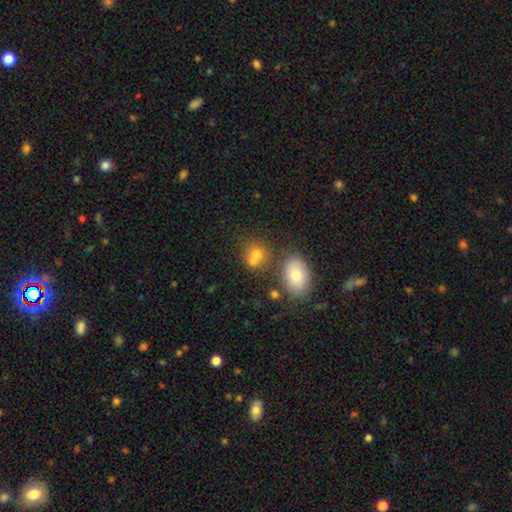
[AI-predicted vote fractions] Morphology: type=smooth (73%); roundness=round (66%); merging=none (46%).